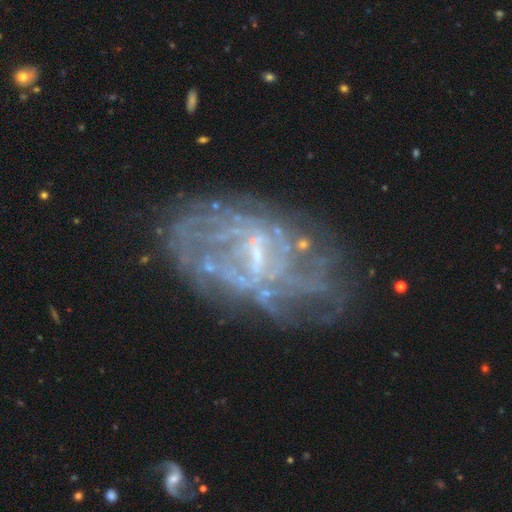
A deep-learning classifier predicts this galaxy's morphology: Smooth or featured? featured or disk (80%)
Edge-on disk? no (96%)
Bar? weak (50%)
Spiral arms? yes (63%)
Bulge size? small (49%)
Merging? none (58%)